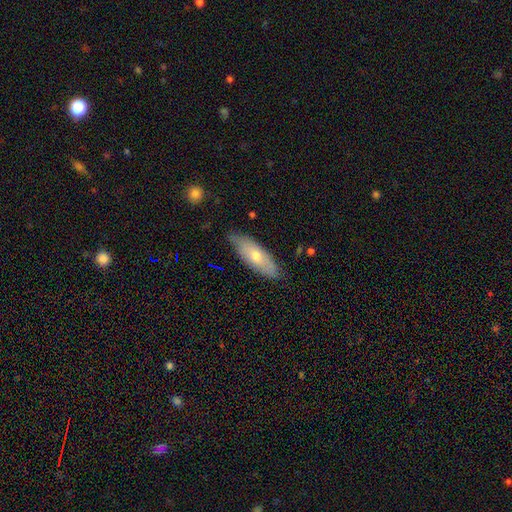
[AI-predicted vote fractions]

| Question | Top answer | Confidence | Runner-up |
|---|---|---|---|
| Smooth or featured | smooth | 62% | featured or disk (32%) |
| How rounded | in between | 65% | cigar-shaped (33%) |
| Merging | none | 76% | minor disturbance (20%) |